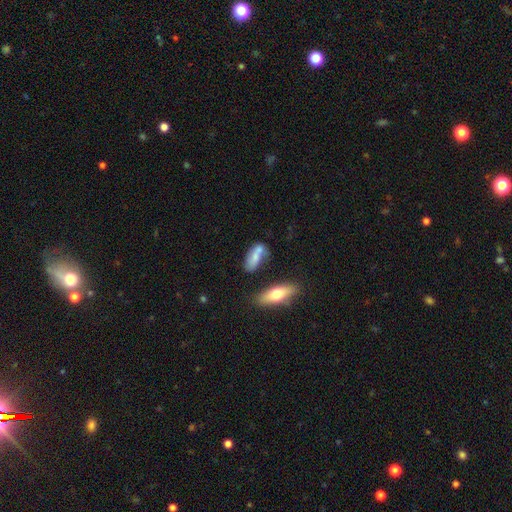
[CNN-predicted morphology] Smooth or featured?
  - smooth: 66% *
  - featured or disk: 25%
  - star or artifact: 9%
How rounded?
  - in between: 72% *
  - cigar-shaped: 23%
  - round: 5%
Merging?
  - none: 46% *
  - merger: 25%
  - minor disturbance: 20%
  - major disturbance: 9%